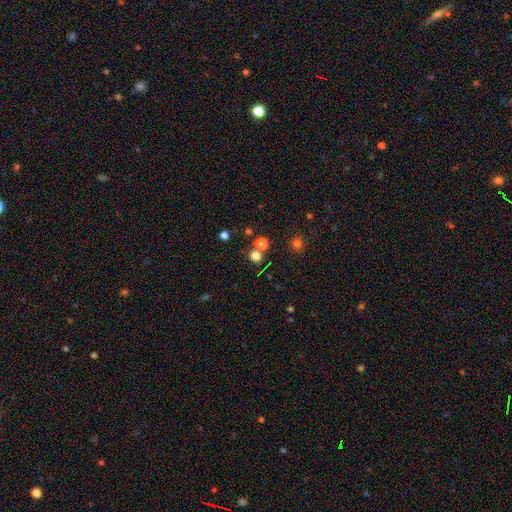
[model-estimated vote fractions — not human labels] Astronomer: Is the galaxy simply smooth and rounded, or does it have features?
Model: smooth — 74%.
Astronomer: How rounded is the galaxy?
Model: round — 87%.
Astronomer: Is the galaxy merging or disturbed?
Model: none — 70%.